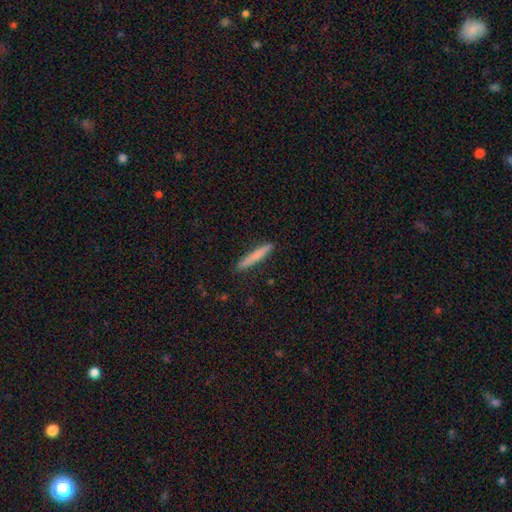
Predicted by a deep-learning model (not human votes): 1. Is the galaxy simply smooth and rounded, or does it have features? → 77% smooth, 17% featured or disk, 6% star or artifact.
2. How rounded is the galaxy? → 96% cigar-shaped, 3% in between, 1% round.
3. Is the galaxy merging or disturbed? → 91% none, 7% minor disturbance, 1% major disturbance, 1% merger.